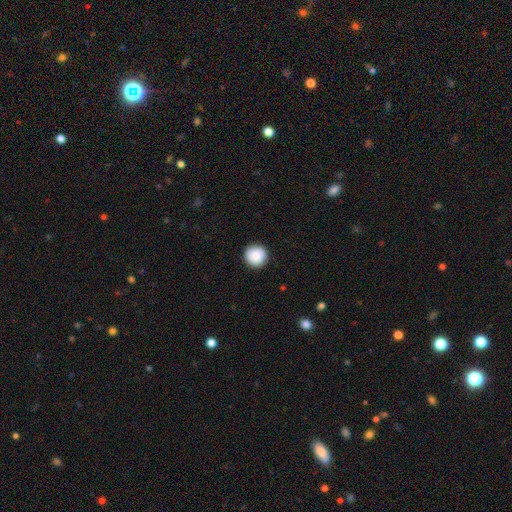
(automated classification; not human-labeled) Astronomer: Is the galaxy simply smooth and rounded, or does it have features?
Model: smooth — 87%.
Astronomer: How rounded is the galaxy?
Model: round — 96%.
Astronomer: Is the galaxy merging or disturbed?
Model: none — 91%.